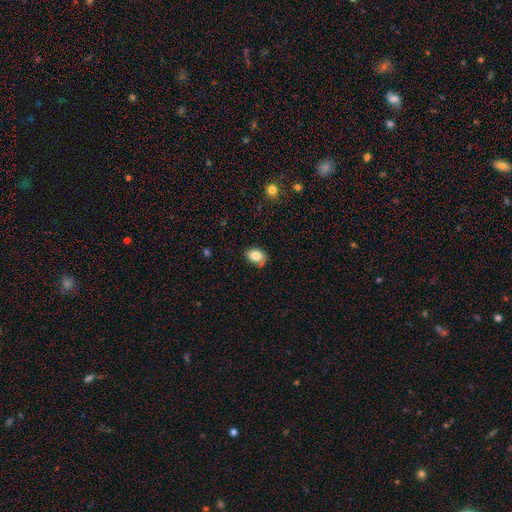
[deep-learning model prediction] A smooth galaxy with no disk features (80%) that is in between round and cigar-shaped (73%). Merging: none (65%).